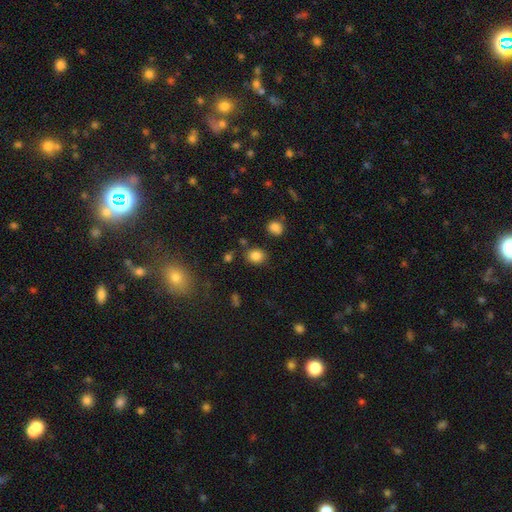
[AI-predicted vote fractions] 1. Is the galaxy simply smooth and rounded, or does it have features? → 83% smooth, 12% star or artifact, 5% featured or disk.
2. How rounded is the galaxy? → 64% round, 35% in between, 1% cigar-shaped.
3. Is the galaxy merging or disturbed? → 83% none, 10% minor disturbance, 4% merger, 3% major disturbance.